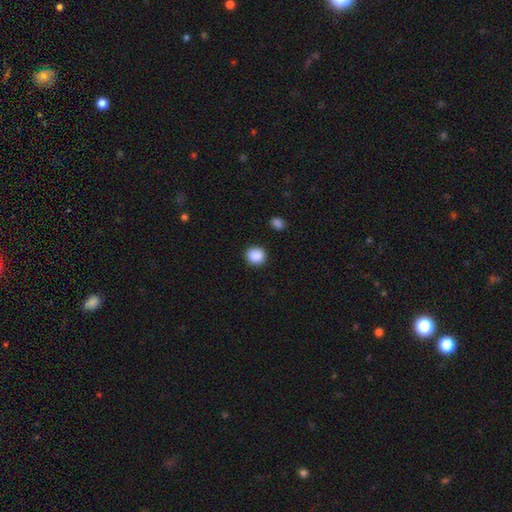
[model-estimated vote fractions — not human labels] Smooth or featured: smooth — 89% (star or artifact — 8%)
How rounded: round — 84% (in between — 15%)
Merging: none — 91% (minor disturbance — 6%)